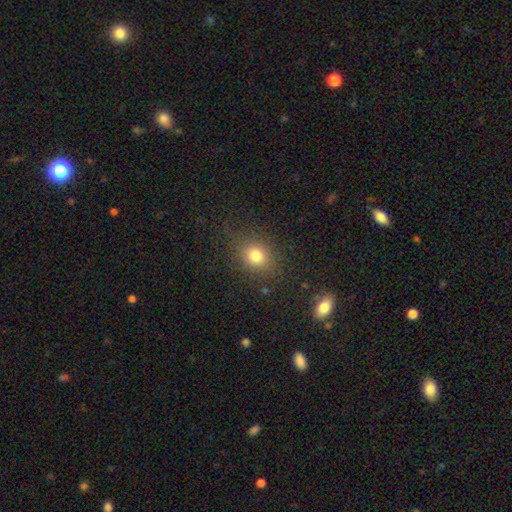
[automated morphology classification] This is likely a smooth galaxy (78%). How rounded: likely round (66%). Merging: clearly none (83%).